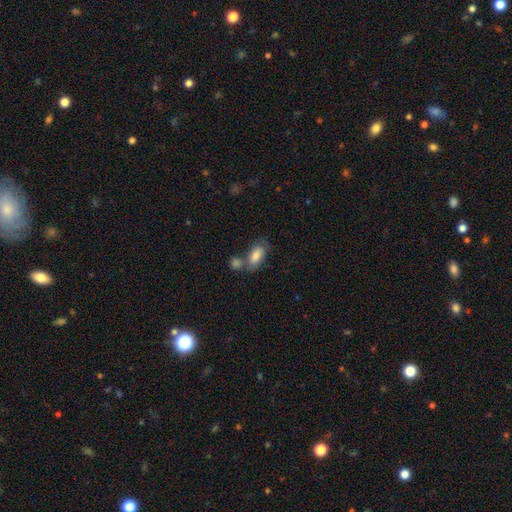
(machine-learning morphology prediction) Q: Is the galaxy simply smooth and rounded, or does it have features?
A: smooth — 78%.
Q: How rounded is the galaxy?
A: in between — 88%.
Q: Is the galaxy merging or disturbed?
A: none — 50%.